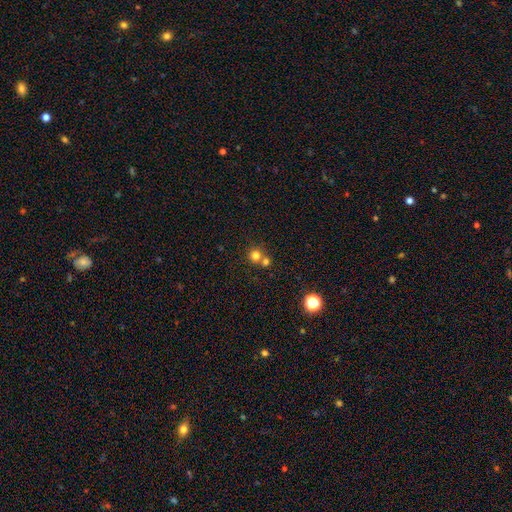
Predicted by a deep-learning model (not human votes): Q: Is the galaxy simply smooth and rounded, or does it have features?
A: smooth — 77%.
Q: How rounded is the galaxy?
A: round — 92%.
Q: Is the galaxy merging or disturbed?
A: none — 53%.